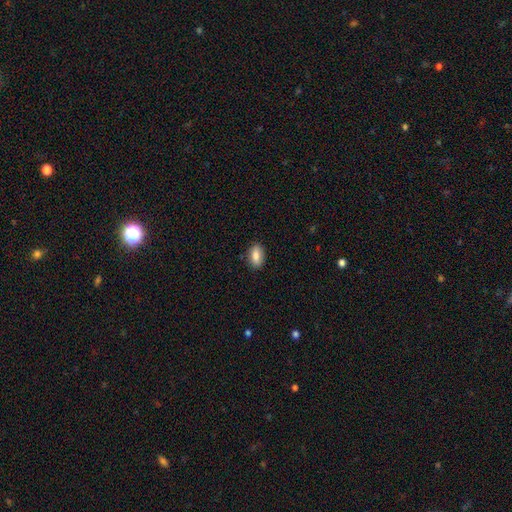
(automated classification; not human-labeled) Smooth or featured?
  - smooth: 83% *
  - featured or disk: 9%
  - star or artifact: 7%
How rounded?
  - in between: 87% *
  - round: 8%
  - cigar-shaped: 5%
Merging?
  - none: 88% *
  - minor disturbance: 9%
  - major disturbance: 2%
  - merger: 1%